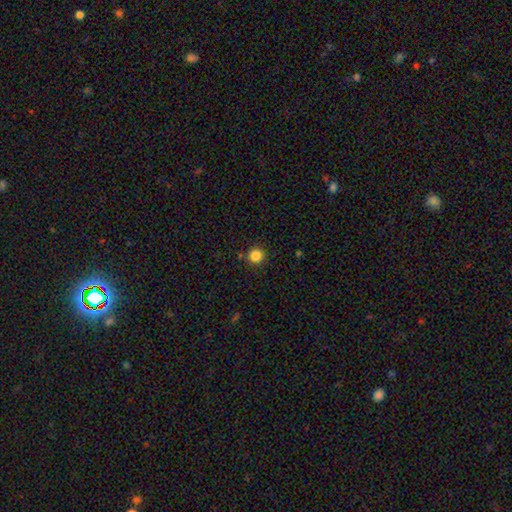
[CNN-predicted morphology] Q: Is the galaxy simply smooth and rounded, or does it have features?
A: smooth — 85%.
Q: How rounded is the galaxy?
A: round — 95%.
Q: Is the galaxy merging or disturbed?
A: none — 89%.